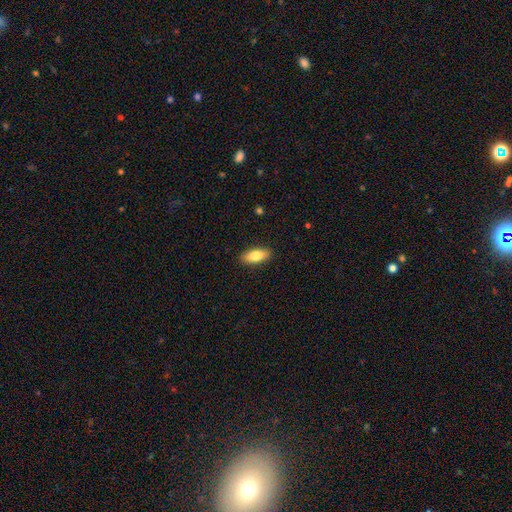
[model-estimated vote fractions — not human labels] A smooth galaxy with no disk features (80%) that is in between round and cigar-shaped (82%).

Vote fractions:
- Smooth or featured? smooth: 80% / featured or disk: 14% / star or artifact: 6%
- How rounded? in between: 82% / cigar-shaped: 15% / round: 3%
- Merging? none: 89% / minor disturbance: 8% / major disturbance: 2% / merger: 1%